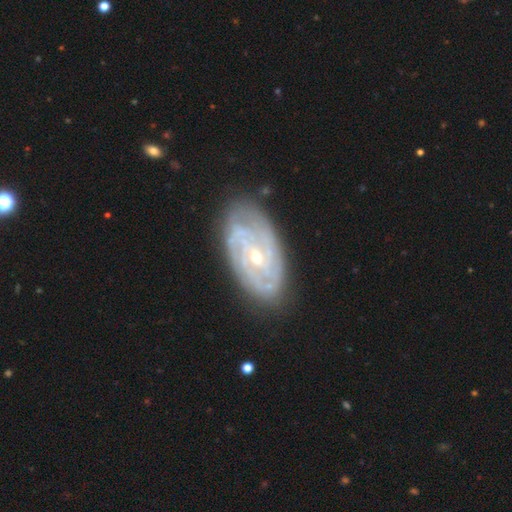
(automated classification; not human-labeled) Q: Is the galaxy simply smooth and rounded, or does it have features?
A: featured or disk — 87%.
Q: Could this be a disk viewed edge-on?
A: no — 95%.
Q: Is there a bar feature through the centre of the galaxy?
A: no — 46%.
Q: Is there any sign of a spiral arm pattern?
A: yes — 95%.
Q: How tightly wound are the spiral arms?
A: tight — 69%.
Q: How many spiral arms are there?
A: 2 — 27%.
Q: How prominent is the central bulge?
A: small — 55%.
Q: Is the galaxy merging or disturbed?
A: none — 80%.